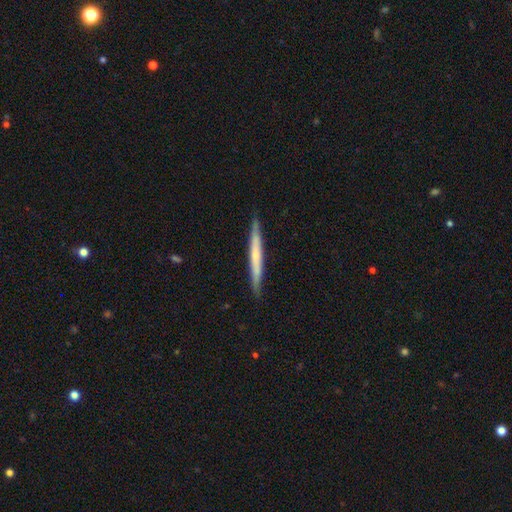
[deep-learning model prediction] Smooth or featured?
  - featured or disk: 53% *
  - smooth: 42%
  - star or artifact: 5%
Edge-on disk?
  - yes: 95% *
  - no: 5%
Edge-on bulge?
  - none: 66% *
  - rounded: 28%
  - boxy: 6%
Merging?
  - none: 89% *
  - minor disturbance: 8%
  - major disturbance: 1%
  - merger: 1%